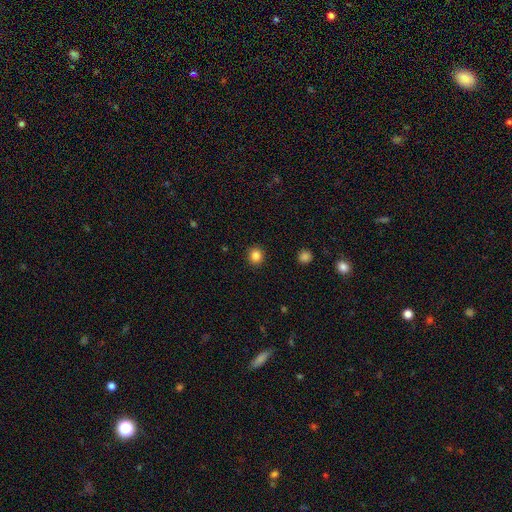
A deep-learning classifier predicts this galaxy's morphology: Smooth or featured: smooth — 85% (star or artifact — 11%)
How rounded: round — 87% (in between — 12%)
Merging: none — 92% (minor disturbance — 5%)